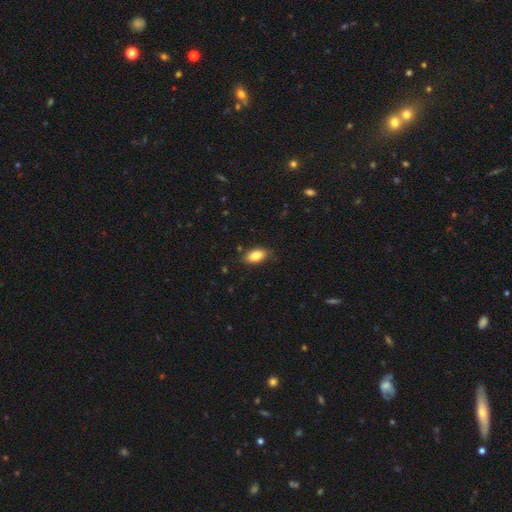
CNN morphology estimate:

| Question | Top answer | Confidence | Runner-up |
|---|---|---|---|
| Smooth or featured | smooth | 82% | featured or disk (10%) |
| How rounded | in between | 89% | cigar-shaped (6%) |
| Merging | none | 81% | minor disturbance (15%) |